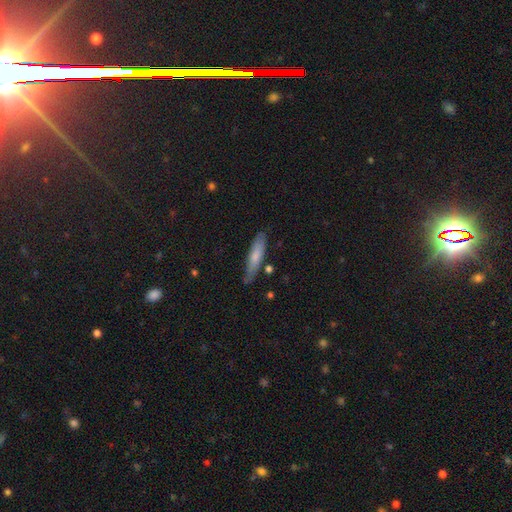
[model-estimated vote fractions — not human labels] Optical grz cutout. It shows a smooth galaxy with no disk features (67%) that is cigar-shaped (80%). Merging: none (74%).